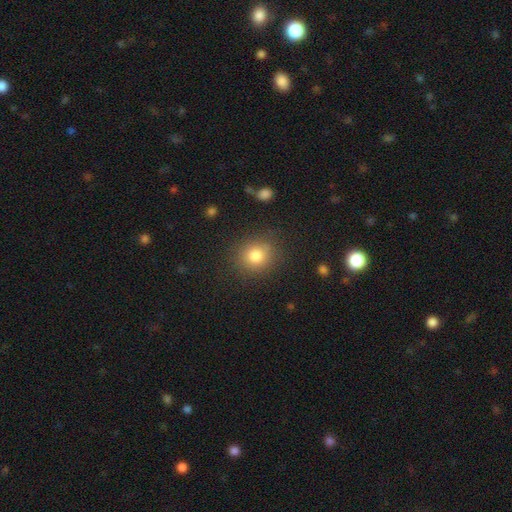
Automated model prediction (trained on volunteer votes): Smooth or featured? smooth (81%)
How rounded? round (79%)
Merging? none (84%)